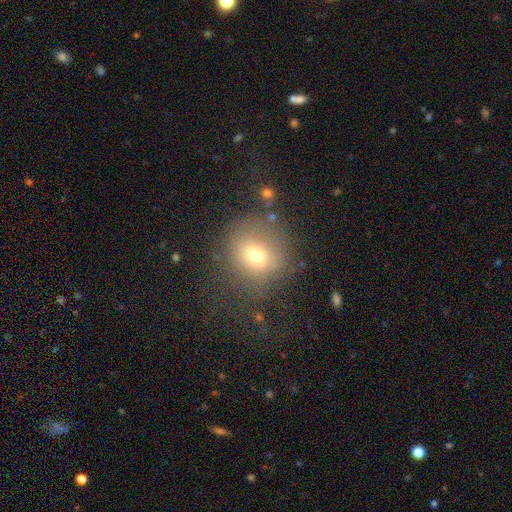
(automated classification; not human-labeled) A smooth galaxy with no disk features (68%) that is round (85%).

Vote fractions:
- Smooth or featured? smooth: 68% / star or artifact: 17% / featured or disk: 15%
- How rounded? round: 85% / in between: 14% / cigar-shaped: 1%
- Merging? none: 64% / minor disturbance: 17% / major disturbance: 15% / merger: 4%